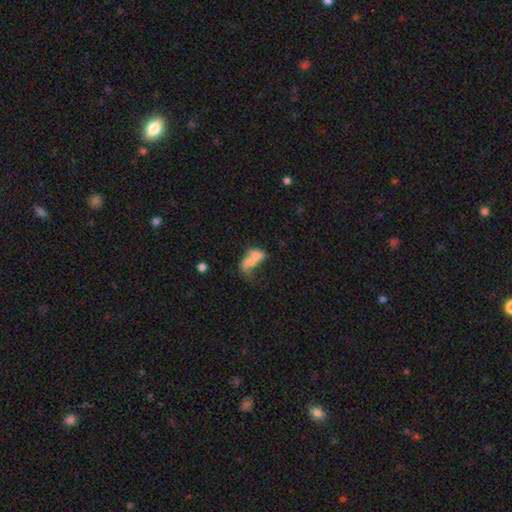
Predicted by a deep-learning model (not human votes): A smooth galaxy with no disk features (51%) that is in between round and cigar-shaped (82%).

Vote fractions:
- Smooth or featured? smooth: 51% / featured or disk: 37% / star or artifact: 12%
- How rounded? in between: 82% / round: 12% / cigar-shaped: 6%
- Merging? merger: 54% / major disturbance: 21% / none: 15% / minor disturbance: 10%